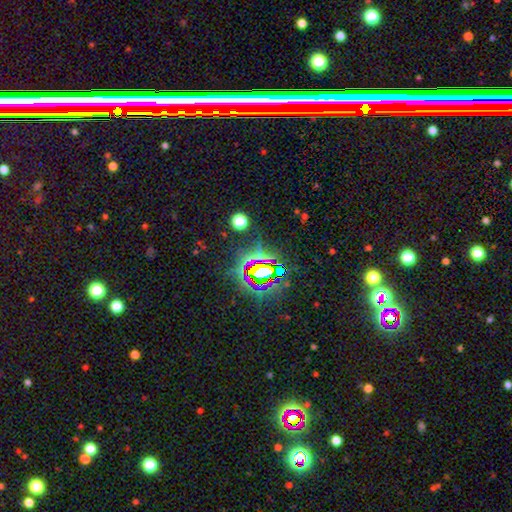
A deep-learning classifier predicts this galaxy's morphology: Smooth or featured? star or artifact (60%)